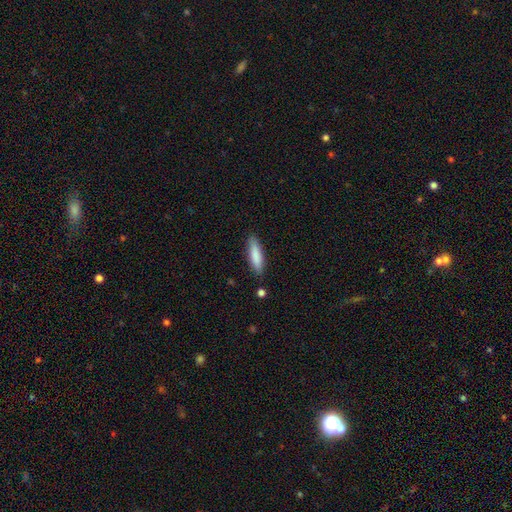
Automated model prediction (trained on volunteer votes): Q: Smooth or featured?
A: smooth (84%); runner-up: featured or disk (11%)
Q: How rounded?
A: cigar-shaped (71%); runner-up: in between (27%)
Q: Merging?
A: none (85%); runner-up: minor disturbance (11%)